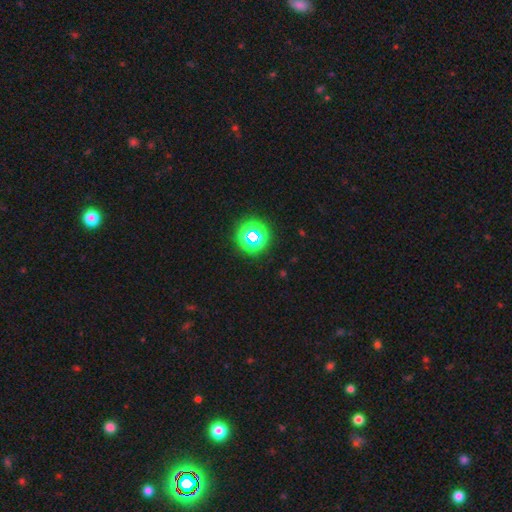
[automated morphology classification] Smooth or featured: star or artifact — 55% (smooth — 39%)